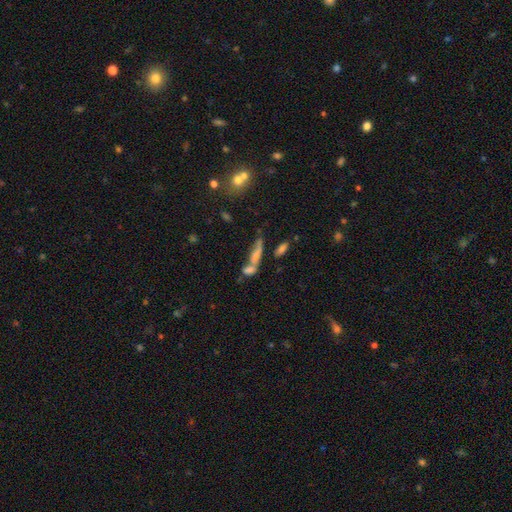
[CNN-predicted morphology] This is possibly a smooth galaxy (58%). How rounded: possibly cigar-shaped (55%). Merging: possibly merger (54%).